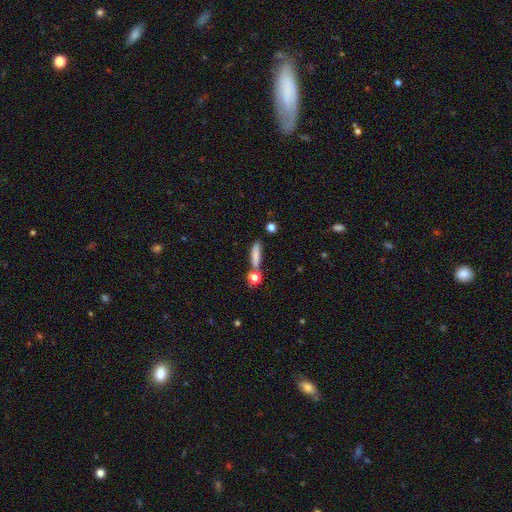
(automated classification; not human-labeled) This appears to be a smooth galaxy with no disk features (79%) that is cigar-shaped (69%). Merging: none (69%).